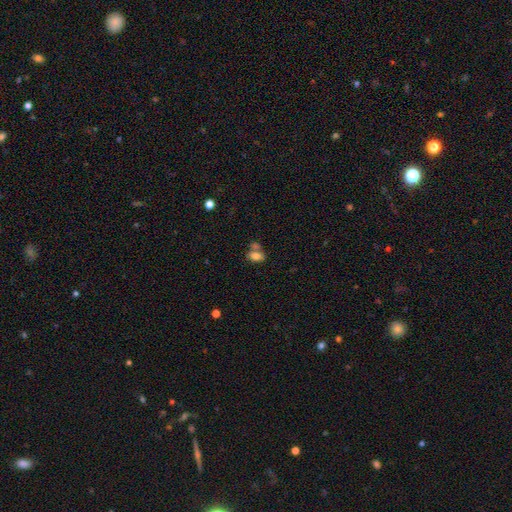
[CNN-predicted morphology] A smooth galaxy with no disk features (77%) that is in between round and cigar-shaped (86%).

Vote fractions:
- Smooth or featured? smooth: 77% / featured or disk: 13% / star or artifact: 10%
- How rounded? in between: 86% / round: 11% / cigar-shaped: 3%
- Merging? none: 43% / merger: 37% / minor disturbance: 14% / major disturbance: 6%